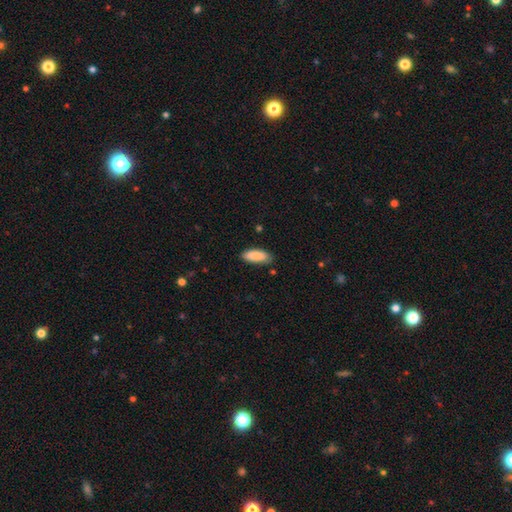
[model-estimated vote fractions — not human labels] Smooth or featured? smooth (87%)
How rounded? in between (82%)
Merging? none (82%)